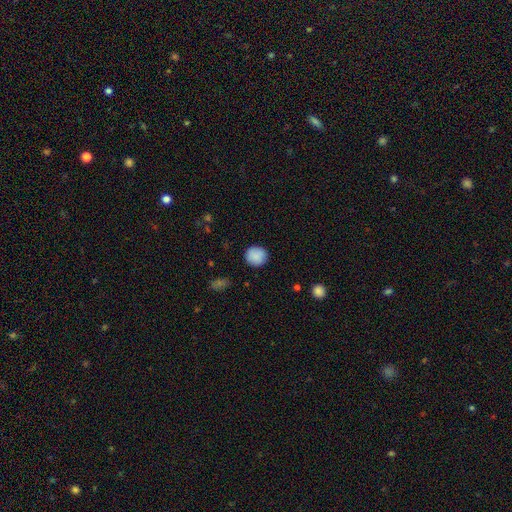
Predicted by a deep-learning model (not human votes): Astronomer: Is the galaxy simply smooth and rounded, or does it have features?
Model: smooth — 88%.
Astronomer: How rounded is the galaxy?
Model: round — 89%.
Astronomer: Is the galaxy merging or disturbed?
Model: none — 88%.